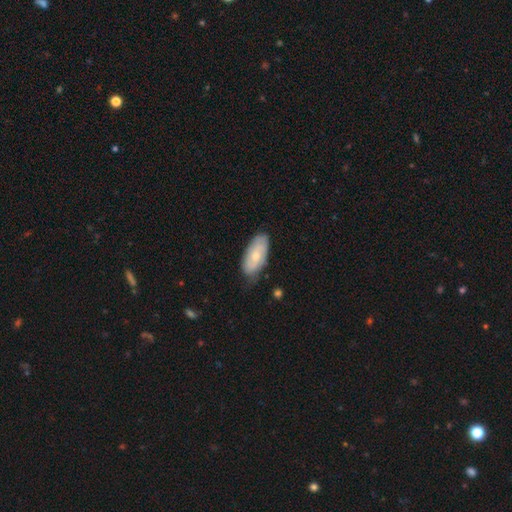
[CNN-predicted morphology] This appears to be a smooth galaxy with no disk features (58%) that is in between round and cigar-shaped (89%). Merging: none (71%).